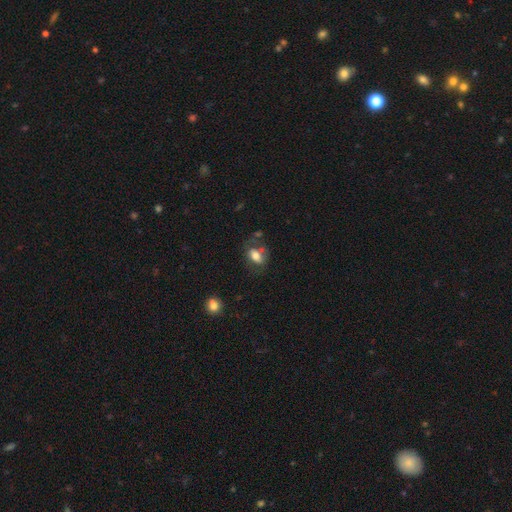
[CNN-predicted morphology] smooth_or_featured: smooth (p=0.70) [alt: featured or disk p=0.22]
how_rounded: in between (p=0.82) [alt: round p=0.16]
merging: none (p=0.54) [alt: minor disturbance p=0.23]